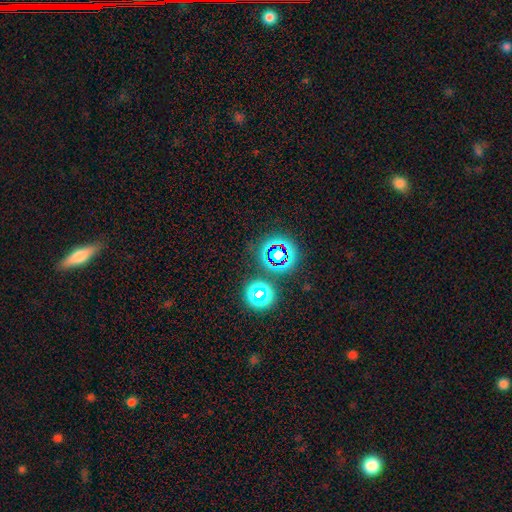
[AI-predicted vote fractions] A star or artifact, not a galaxy (50%).